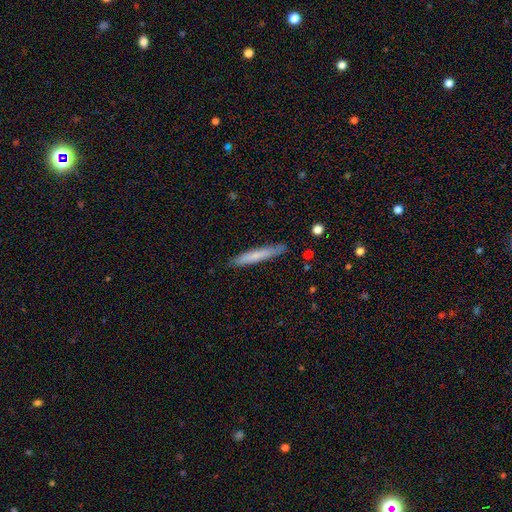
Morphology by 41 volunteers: type=smooth (68%); roundness=cigar-shaped (96%); merging=none (94%).